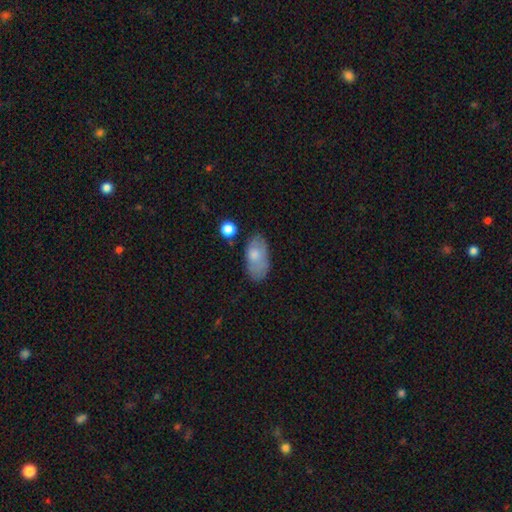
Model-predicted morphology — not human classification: Q: Smooth or featured?
A: smooth (72%); runner-up: featured or disk (21%)
Q: How rounded?
A: in between (92%); runner-up: round (5%)
Q: Merging?
A: none (65%); runner-up: minor disturbance (24%)